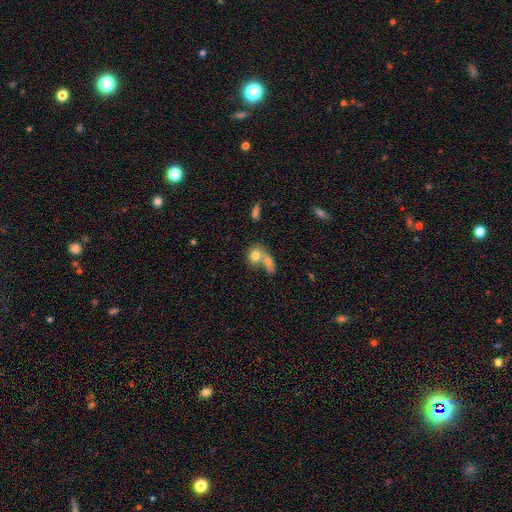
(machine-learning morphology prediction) This is likely a smooth galaxy (75%). How rounded: possibly round (52%). Merging: likely merger (67%).